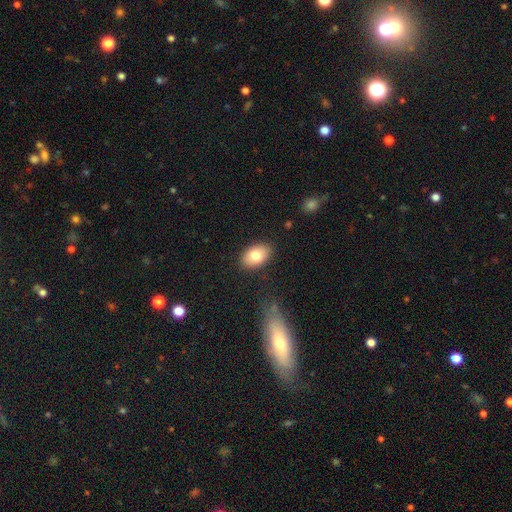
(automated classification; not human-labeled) smooth_or_featured: smooth (p=0.77) [alt: featured or disk p=0.15]
how_rounded: in between (p=0.89) [alt: round p=0.10]
merging: none (p=0.86) [alt: minor disturbance p=0.10]